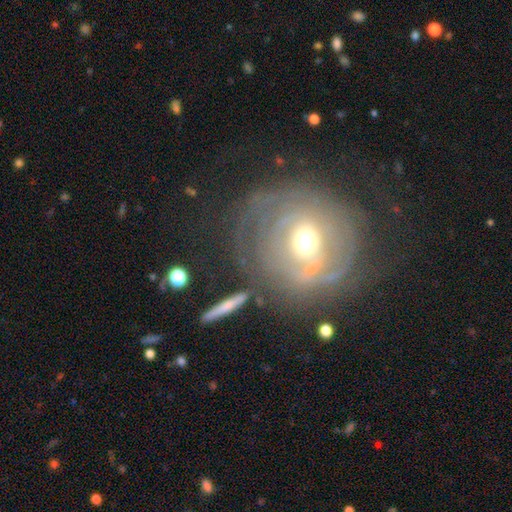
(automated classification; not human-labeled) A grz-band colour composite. It shows a featured or disk galaxy (64%) with a weak bar (40%), spiral arms (55%) and a moderate central bulge (64%). Merging: none (67%).